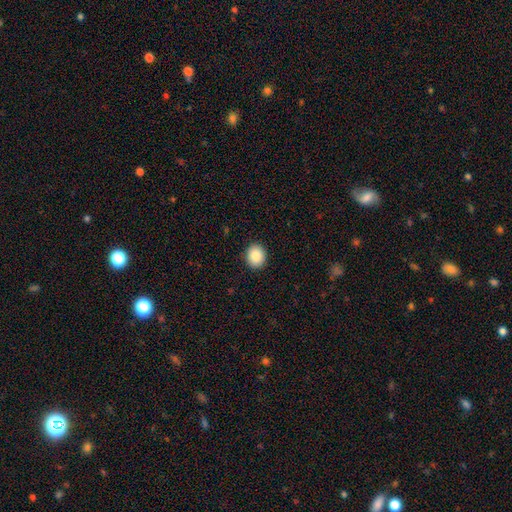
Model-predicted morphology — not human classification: This is clearly a smooth galaxy (87%). How rounded: likely round (67%). Merging: clearly none (91%).